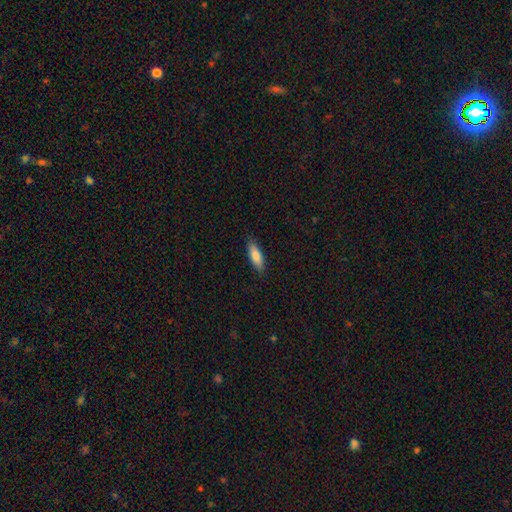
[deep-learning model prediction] Morphology: type=smooth (81%); roundness=in between (53%); merging=none (86%).